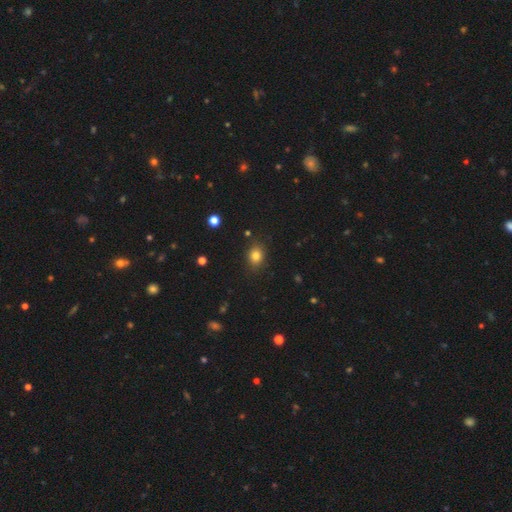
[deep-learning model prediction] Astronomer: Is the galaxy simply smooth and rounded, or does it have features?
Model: smooth — 81%.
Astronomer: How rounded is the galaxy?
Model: in between — 50% (runner-up: round, 49%).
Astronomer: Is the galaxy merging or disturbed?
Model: none — 84%.